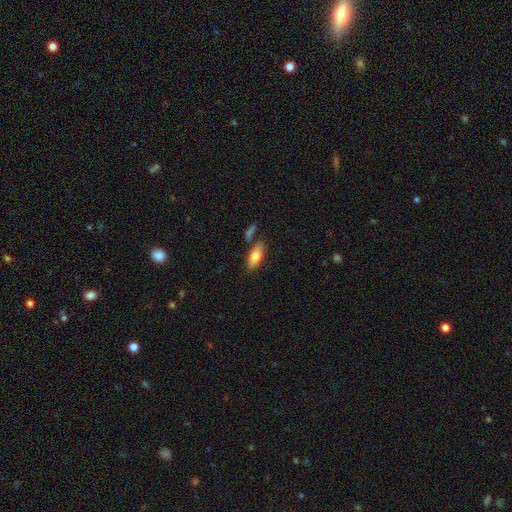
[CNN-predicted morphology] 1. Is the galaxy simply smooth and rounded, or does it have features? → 74% smooth, 20% featured or disk, 6% star or artifact.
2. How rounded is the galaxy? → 80% in between, 17% cigar-shaped, 3% round.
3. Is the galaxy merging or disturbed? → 67% none, 15% minor disturbance, 14% merger, 4% major disturbance.